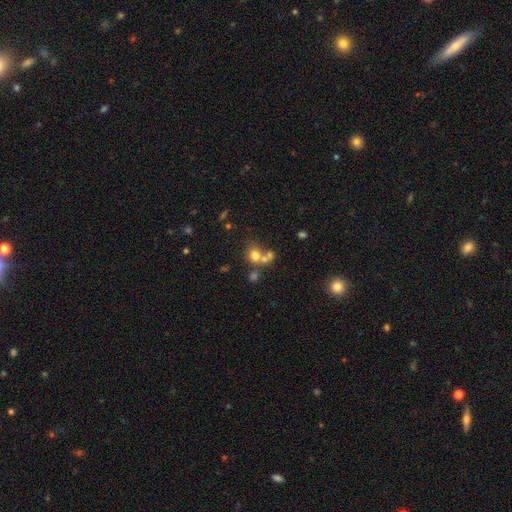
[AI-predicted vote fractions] Q: Smooth or featured?
A: smooth (68%); runner-up: featured or disk (16%)
Q: How rounded?
A: round (80%); runner-up: in between (19%)
Q: Merging?
A: merger (45%); runner-up: none (42%)